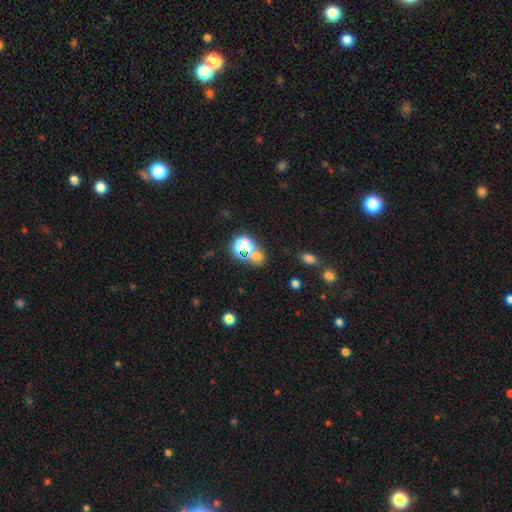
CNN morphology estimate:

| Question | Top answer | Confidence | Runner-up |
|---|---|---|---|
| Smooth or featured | smooth | 52% | star or artifact (39%) |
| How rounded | round | 66% | in between (33%) |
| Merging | none | 55% | merger (28%) |